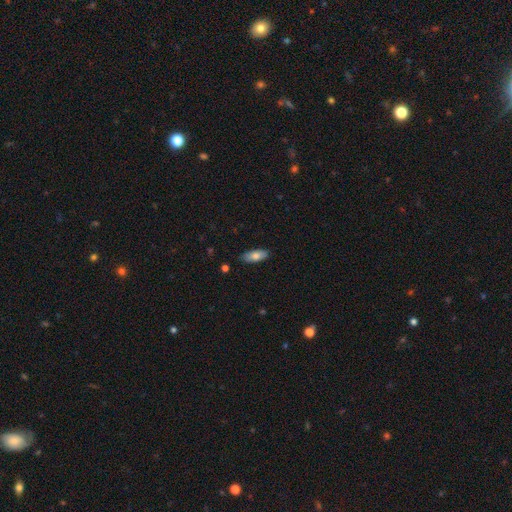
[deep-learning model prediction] Smooth or featured: smooth — 77% (featured or disk — 17%)
How rounded: in between — 81% (cigar-shaped — 17%)
Merging: none — 86% (minor disturbance — 11%)